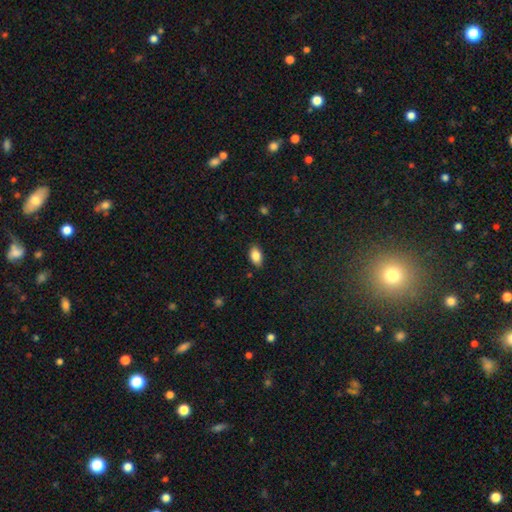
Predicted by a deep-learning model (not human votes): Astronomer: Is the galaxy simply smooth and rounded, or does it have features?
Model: smooth — 86%.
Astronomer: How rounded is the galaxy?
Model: in between — 91%.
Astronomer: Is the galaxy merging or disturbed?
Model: none — 86%.